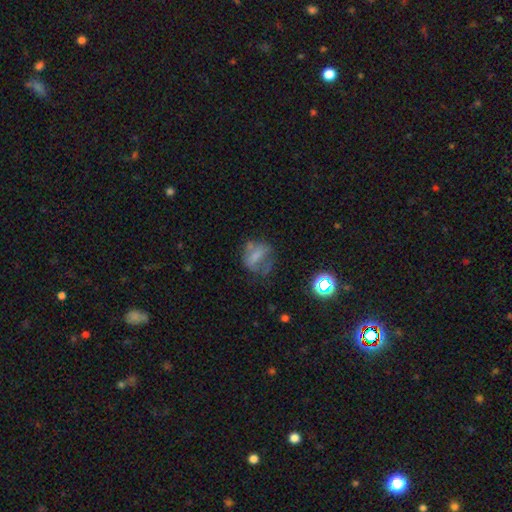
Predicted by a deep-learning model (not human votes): Smooth or featured? Predicted: smooth (p=0.47). Merging? Predicted: none (p=0.39).